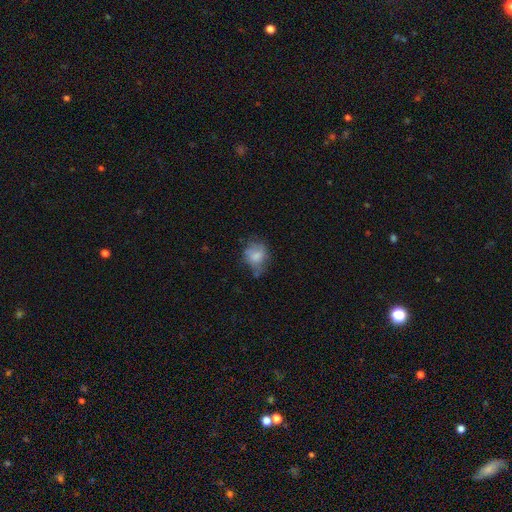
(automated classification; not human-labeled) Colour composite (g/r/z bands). It shows a smooth galaxy with no disk features (73%) that is round (54%). Merging: none (44%).